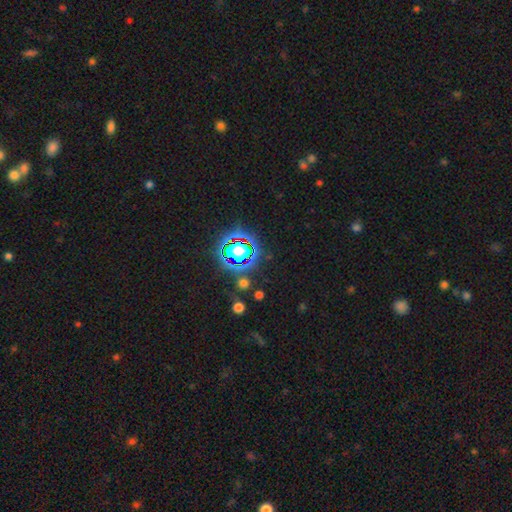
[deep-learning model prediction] The model was most divided on "smooth or featured": star or artifact: 80%, smooth: 12%, featured or disk: 8%.